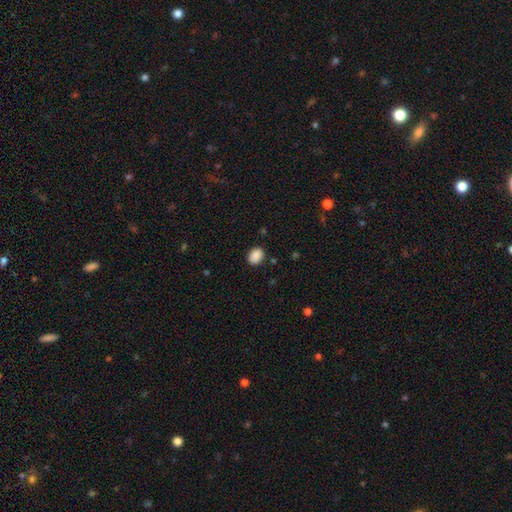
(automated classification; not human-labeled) smooth 89%, star or artifact 8%, featured or disk 3%. Down the decision tree: how rounded — in between (66%); merging — none (86%).